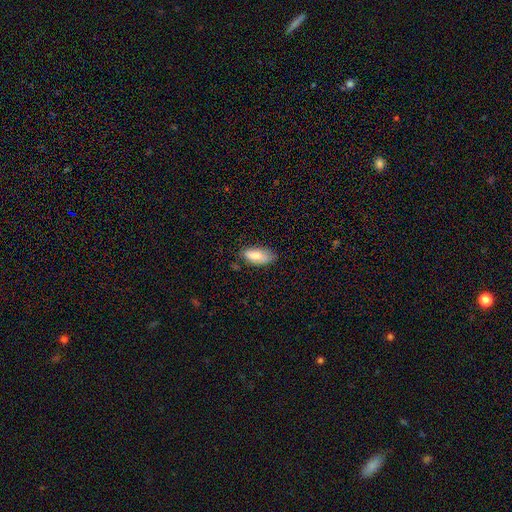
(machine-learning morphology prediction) smooth_or_featured: smooth (p=0.79) [alt: featured or disk p=0.14]
how_rounded: in between (p=0.86) [alt: cigar-shaped p=0.12]
merging: none (p=0.64) [alt: minor disturbance p=0.28]